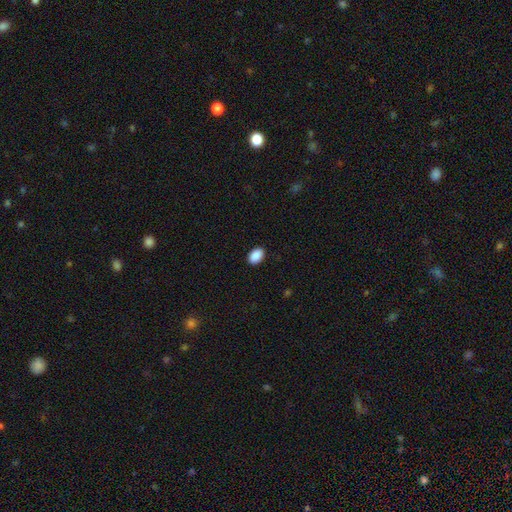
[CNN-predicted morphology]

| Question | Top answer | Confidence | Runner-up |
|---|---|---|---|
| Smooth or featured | smooth | 90% | star or artifact (8%) |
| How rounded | in between | 86% | round (13%) |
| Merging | none | 90% | minor disturbance (7%) |